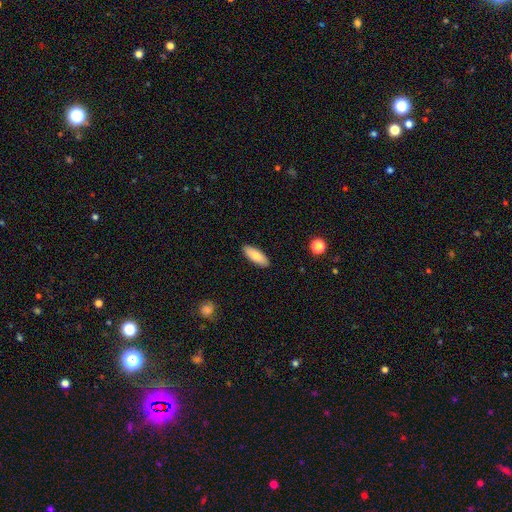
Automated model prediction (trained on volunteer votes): Morphology: type=smooth (81%); roundness=in between (74%); merging=none (90%).